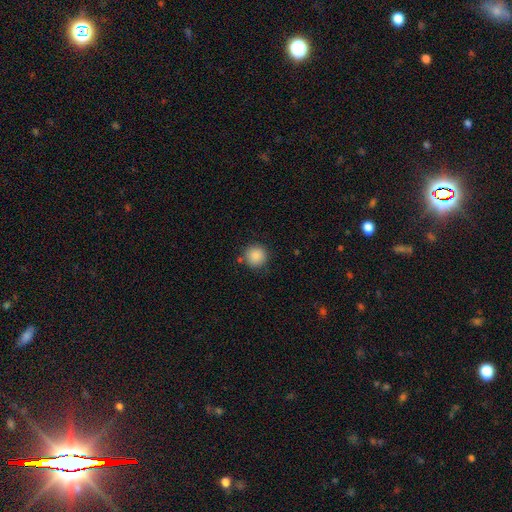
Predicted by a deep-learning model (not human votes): smooth 88%, star or artifact 9%, featured or disk 4%. Down the decision tree: how rounded — round (94%); merging — none (84%).